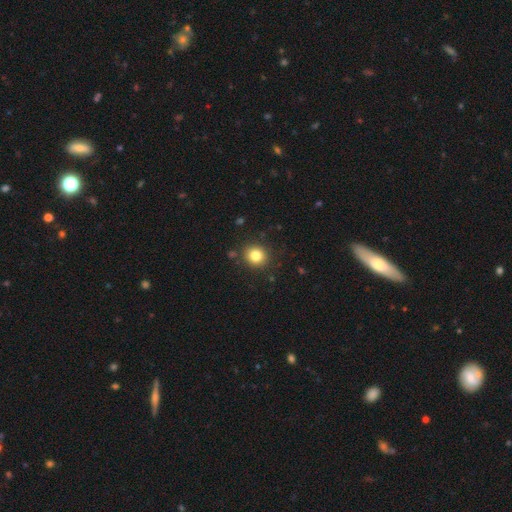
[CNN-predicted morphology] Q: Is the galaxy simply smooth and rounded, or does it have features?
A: smooth — 82%.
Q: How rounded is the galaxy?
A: round — 87%.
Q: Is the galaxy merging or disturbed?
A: none — 88%.